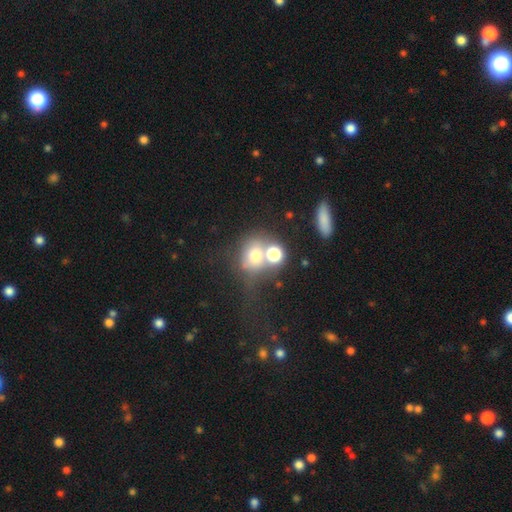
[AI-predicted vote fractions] Smooth or featured?
  - smooth: 64% *
  - star or artifact: 19%
  - featured or disk: 18%
How rounded?
  - round: 67% *
  - in between: 31%
  - cigar-shaped: 1%
Merging?
  - merger: 39% *
  - none: 37%
  - minor disturbance: 12%
  - major disturbance: 12%